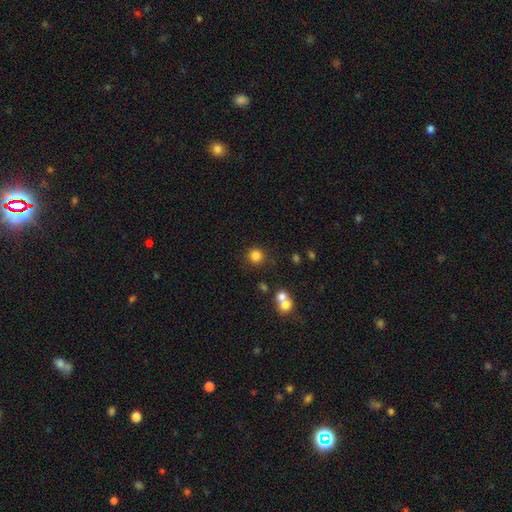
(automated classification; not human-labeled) Smooth or featured? Predicted: smooth (p=0.83). How rounded? Predicted: round (p=0.93). Merging? Predicted: none (p=0.82).